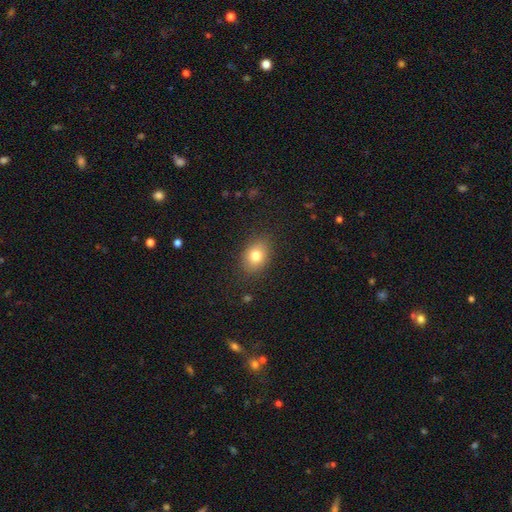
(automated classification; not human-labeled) smooth-or-featured: smooth: 79% | star or artifact: 11% | featured or disk: 10%
  how-rounded: in between: 63% | round: 36% | cigar-shaped: 1%
  merging: none: 85% | minor disturbance: 11% | major disturbance: 3% | merger: 1%